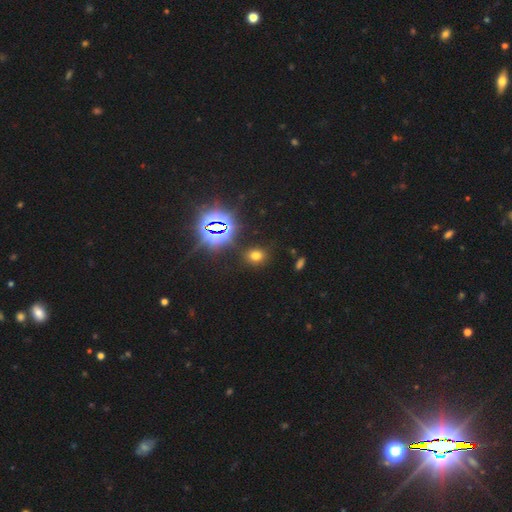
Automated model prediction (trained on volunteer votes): A smooth galaxy with no disk features (61%) that is round (57%).

Vote fractions:
- Smooth or featured? smooth: 61% / star or artifact: 32% / featured or disk: 7%
- How rounded? round: 57% / in between: 41% / cigar-shaped: 2%
- Merging? none: 86% / minor disturbance: 8% / major disturbance: 3% / merger: 2%